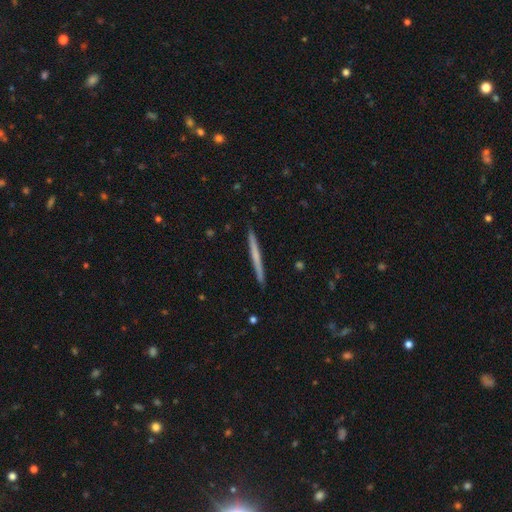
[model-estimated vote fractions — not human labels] Q: Smooth or featured?
A: smooth (49%); runner-up: featured or disk (45%)
Q: Merging?
A: none (93%); runner-up: minor disturbance (5%)